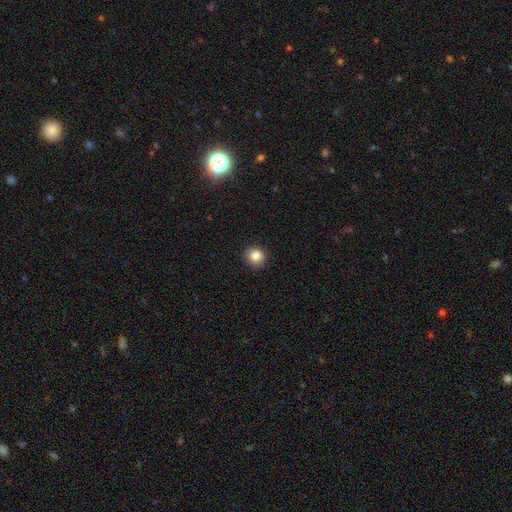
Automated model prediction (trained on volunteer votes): Smooth or featured: smooth — 84% (star or artifact — 10%)
How rounded: round — 88% (in between — 11%)
Merging: none — 90% (minor disturbance — 7%)